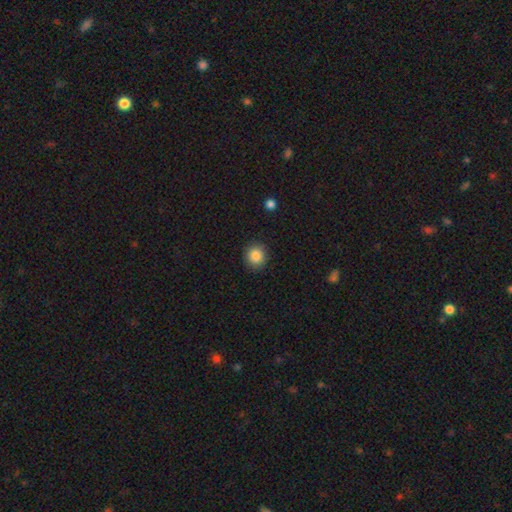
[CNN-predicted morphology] smooth 86%, star or artifact 9%, featured or disk 5%. Down the decision tree: how rounded — round (87%); merging — none (90%).